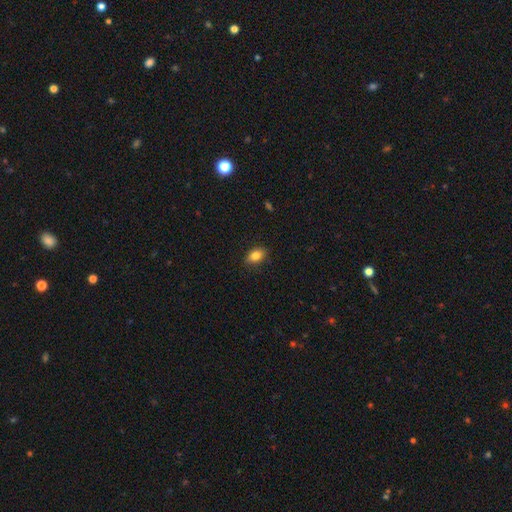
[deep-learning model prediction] The model was most divided on "how rounded": in between: 83%, round: 14%, cigar-shaped: 2%. More confident: merging — none (86%); smooth or featured — smooth (83%).